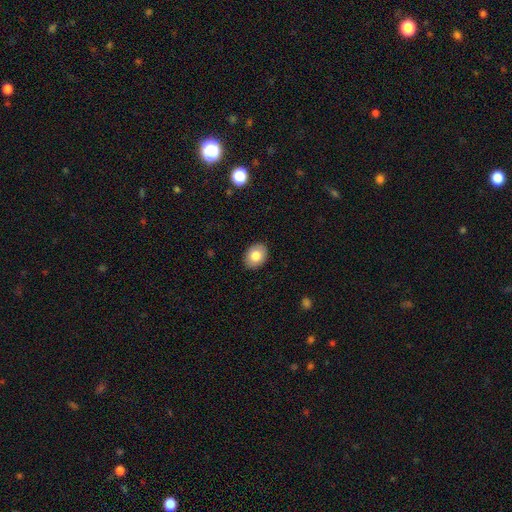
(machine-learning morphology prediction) Q: Smooth or featured?
A: smooth (81%); runner-up: featured or disk (11%)
Q: How rounded?
A: in between (70%); runner-up: round (29%)
Q: Merging?
A: none (89%); runner-up: minor disturbance (8%)